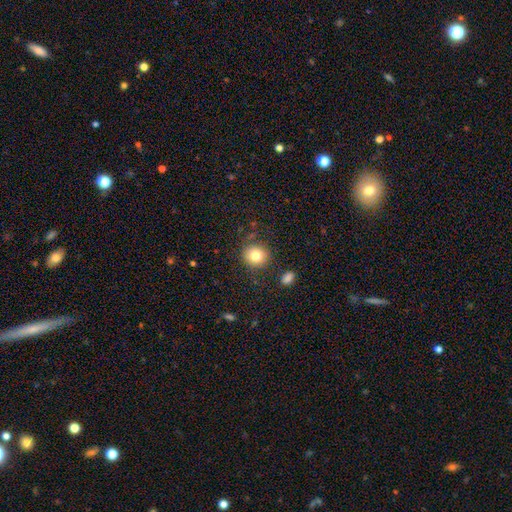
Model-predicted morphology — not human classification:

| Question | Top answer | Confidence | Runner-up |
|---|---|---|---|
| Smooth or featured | smooth | 80% | star or artifact (11%) |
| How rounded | round | 89% | in between (10%) |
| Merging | none | 85% | minor disturbance (9%) |